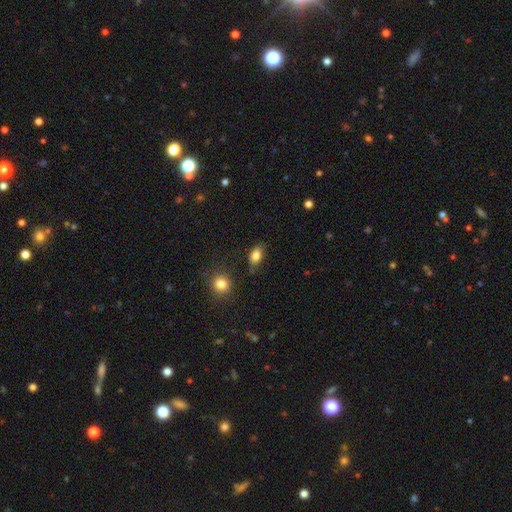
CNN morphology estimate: smooth-or-featured: smooth: 84% | star or artifact: 9% | featured or disk: 7%
  how-rounded: in between: 86% | round: 11% | cigar-shaped: 3%
  merging: none: 78% | minor disturbance: 15% | merger: 3% | major disturbance: 3%